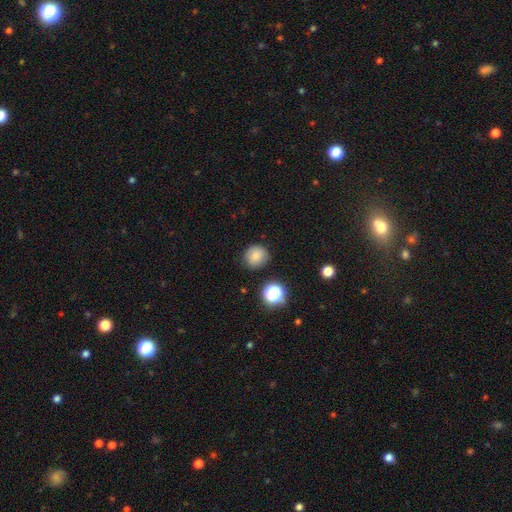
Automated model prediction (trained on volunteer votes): This is clearly a smooth galaxy (82%). How rounded: clearly round (88%). Merging: clearly none (84%).